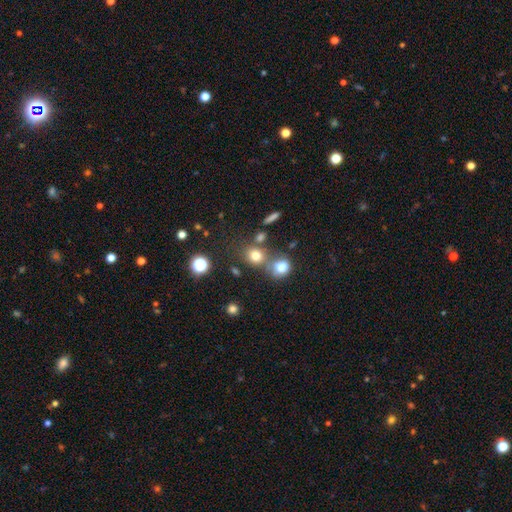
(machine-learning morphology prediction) This appears to be a smooth galaxy with no disk features (74%) that is round (71%). Merging: none (55%).